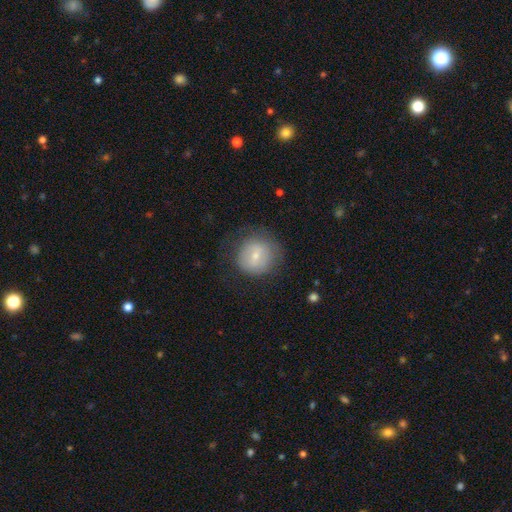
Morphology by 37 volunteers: Smooth or featured?
  - smooth: 62% *
  - featured or disk: 30%
  - star or artifact: 8%
How rounded?
  - round: 91% *
  - in between: 9%
  - cigar-shaped: 0%
Merging?
  - none: 56% *
  - minor disturbance: 24%
  - major disturbance: 21%
  - merger: 0%